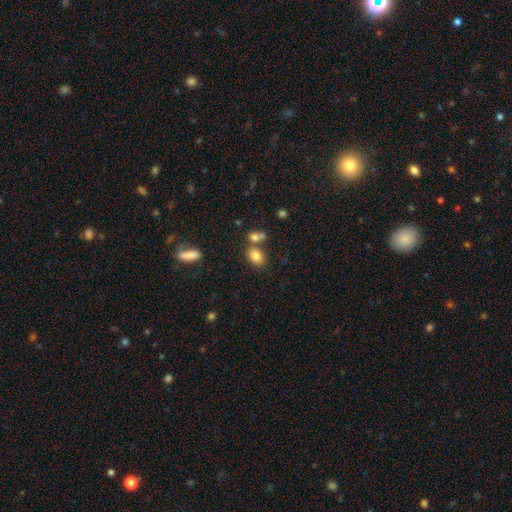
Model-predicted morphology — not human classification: Smooth or featured: smooth — 82% (star or artifact — 10%)
How rounded: in between — 76% (round — 22%)
Merging: none — 57% (merger — 28%)